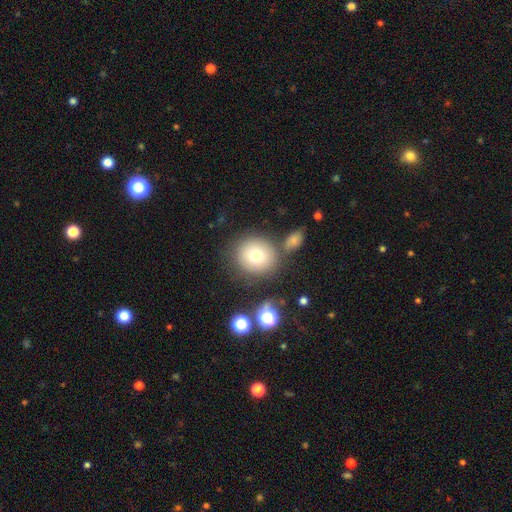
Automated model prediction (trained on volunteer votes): smooth_or_featured: smooth (p=0.75) [alt: featured or disk p=0.13]
how_rounded: round (p=0.89) [alt: in between p=0.10]
merging: none (p=0.75) [alt: merger p=0.10]